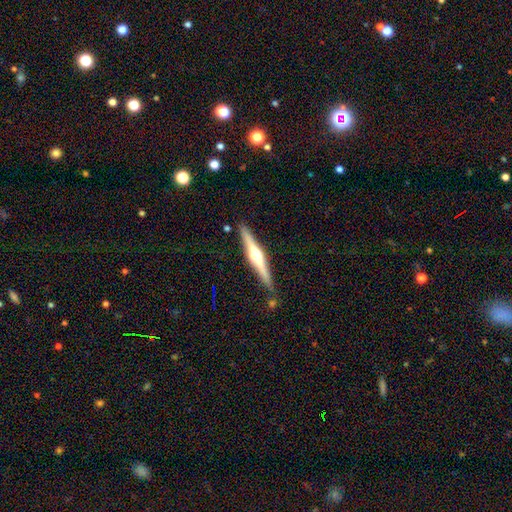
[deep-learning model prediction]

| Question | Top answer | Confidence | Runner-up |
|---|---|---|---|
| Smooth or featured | featured or disk | 73% | smooth (22%) |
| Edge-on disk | yes | 98% | no (2%) |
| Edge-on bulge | rounded | 89% | boxy (6%) |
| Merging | none | 88% | minor disturbance (9%) |